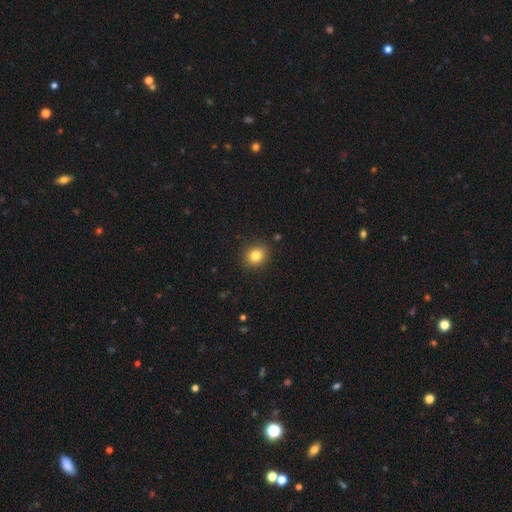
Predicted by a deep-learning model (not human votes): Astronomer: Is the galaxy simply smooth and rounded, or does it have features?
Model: smooth — 82%.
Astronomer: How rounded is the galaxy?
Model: round — 77%.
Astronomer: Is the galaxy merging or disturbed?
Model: none — 90%.